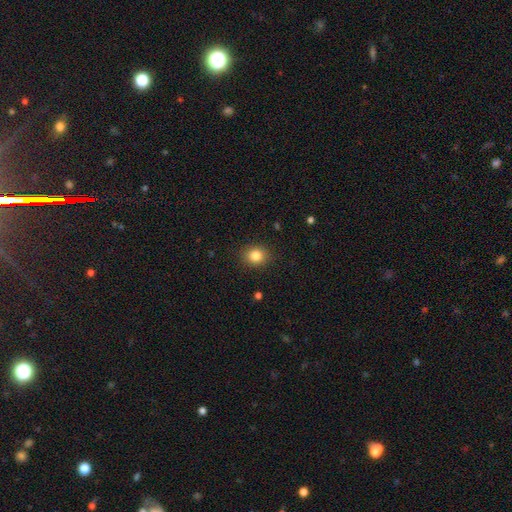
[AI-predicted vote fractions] Overall: smooth (83%). How rounded: round (68%; in between 31%). Merging: none (89%).